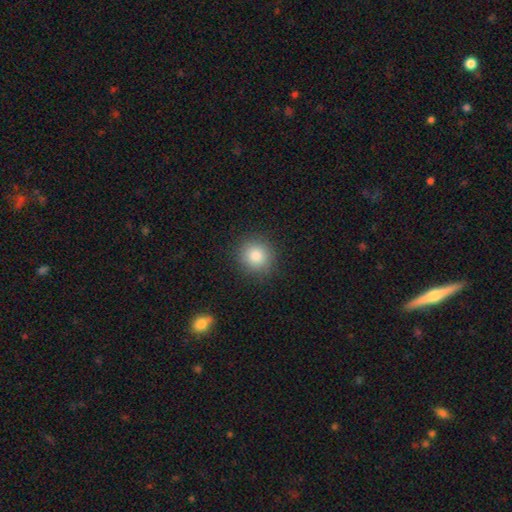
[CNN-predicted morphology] Overall: smooth (85%). How rounded: round (89%). Merging: none (89%).